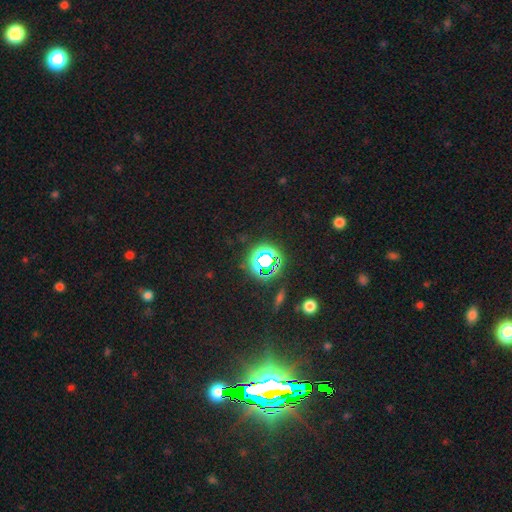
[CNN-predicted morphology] smooth_or_featured: star or artifact (p=0.79) [alt: smooth p=0.14]